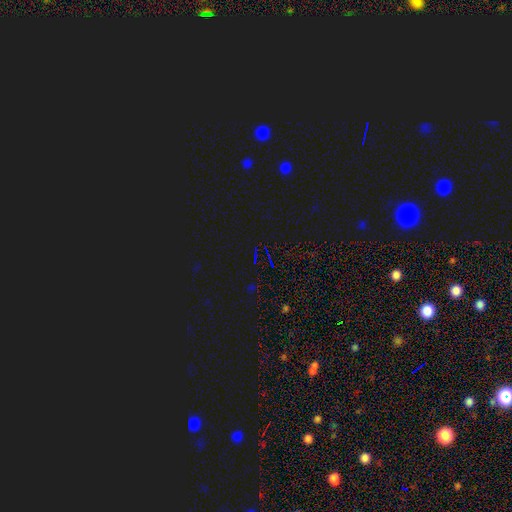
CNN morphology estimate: star or artifact 80%, smooth 10%, featured or disk 10%.